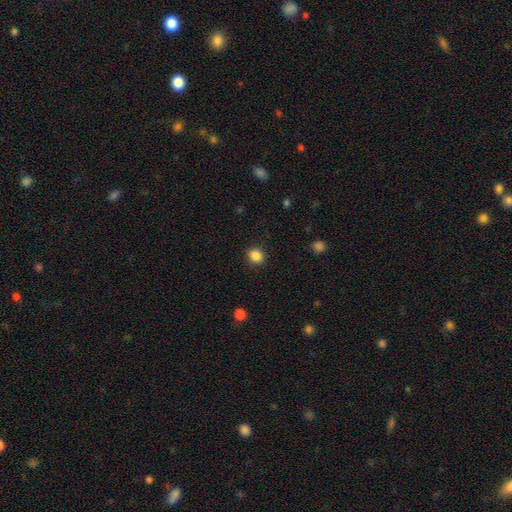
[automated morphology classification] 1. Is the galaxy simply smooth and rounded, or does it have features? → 86% smooth, 11% star or artifact, 3% featured or disk.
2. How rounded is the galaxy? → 80% round, 19% in between, 1% cigar-shaped.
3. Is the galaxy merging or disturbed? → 90% none, 6% minor disturbance, 2% major disturbance, 1% merger.